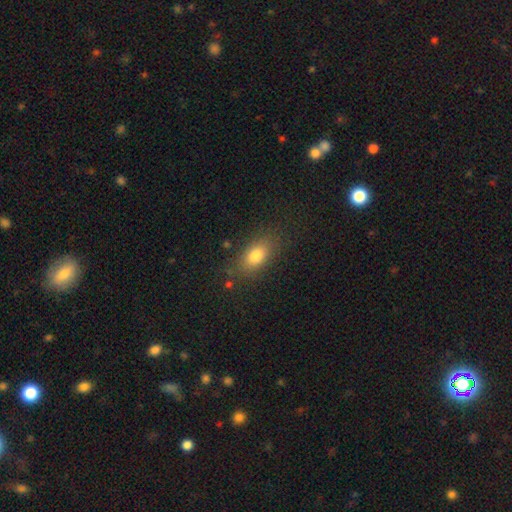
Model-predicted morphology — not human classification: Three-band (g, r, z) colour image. It shows a smooth galaxy with no disk features (79%) that is in between round and cigar-shaped (83%). Merging: none (79%).